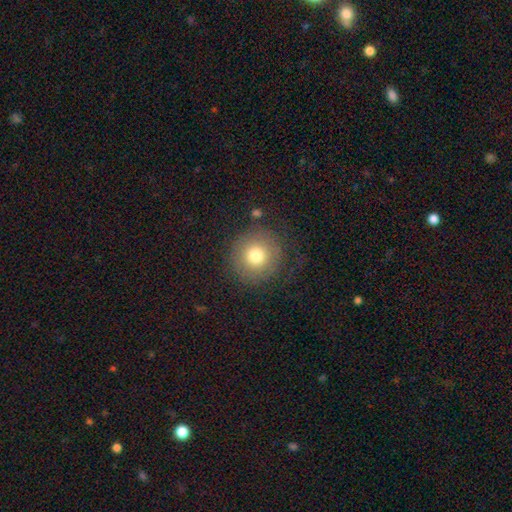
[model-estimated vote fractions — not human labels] This is likely a smooth galaxy (73%). How rounded: clearly round (95%). Merging: likely none (78%).